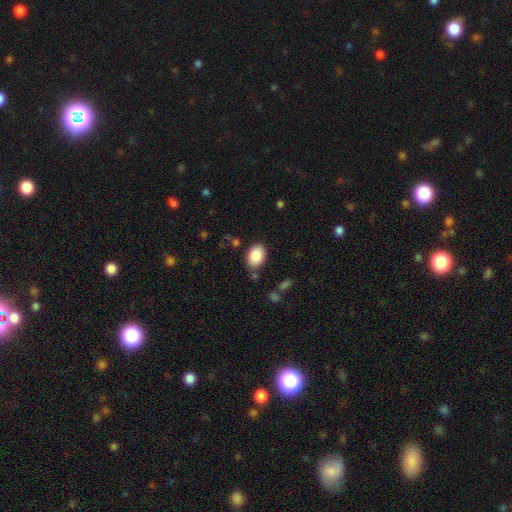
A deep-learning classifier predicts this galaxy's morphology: Overall: smooth (87%). How rounded: in between (84%). Merging: none (80%).